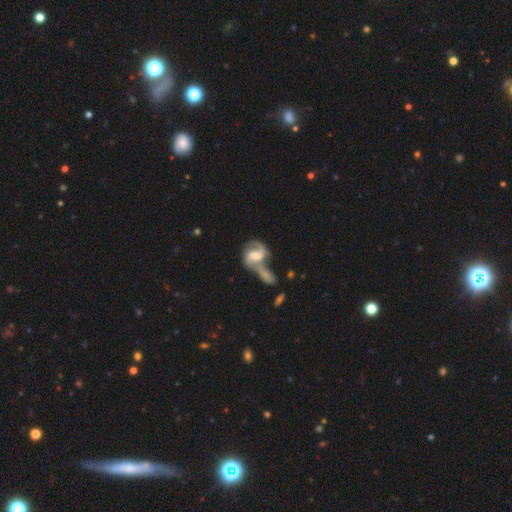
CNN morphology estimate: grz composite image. It shows a featured or disk galaxy (82%) with a weak bar (50%), 2 (85%) medium (50%) spiral arms (94%) and a moderate central bulge (51%). Merging: merger (54%).